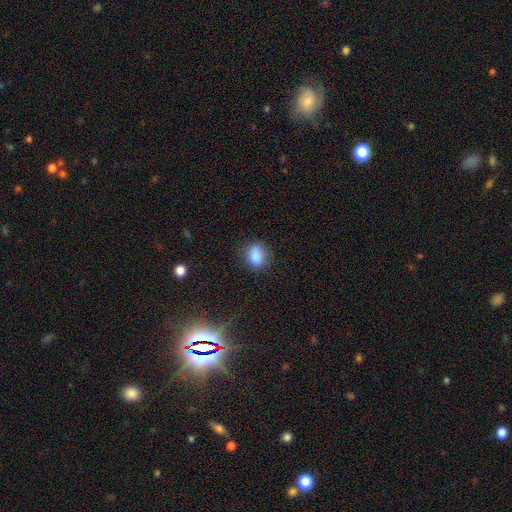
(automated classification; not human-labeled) Morphology: type=smooth (85%); roundness=in between (55%); merging=none (78%).